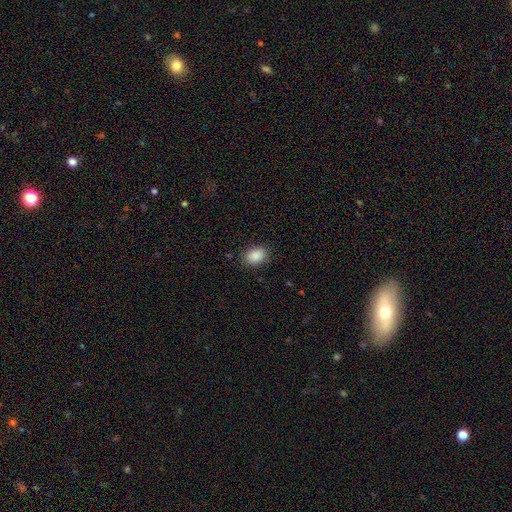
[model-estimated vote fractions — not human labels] Smooth or featured: smooth — 89% (star or artifact — 8%)
How rounded: in between — 76% (round — 23%)
Merging: none — 85% (minor disturbance — 11%)